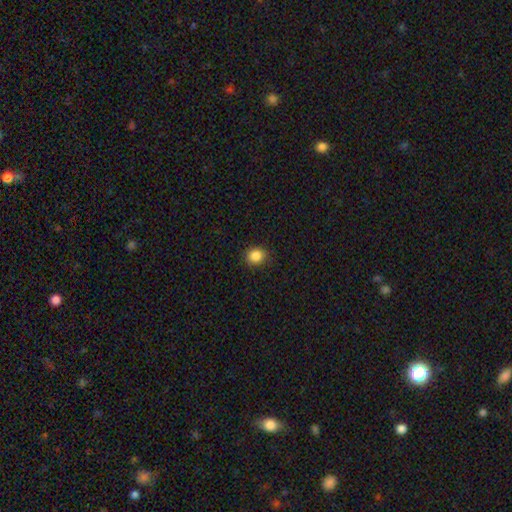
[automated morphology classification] smooth 86%, star or artifact 10%, featured or disk 4%. Down the decision tree: how rounded — round (75%); merging — none (88%).